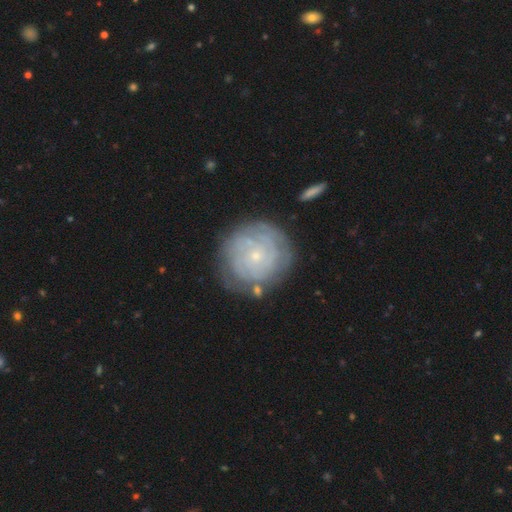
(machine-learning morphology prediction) Smooth or featured? Predicted: featured or disk (p=0.72). Edge-on disk? Predicted: no (p=0.97). Bar? Predicted: no (p=0.84). Spiral arms? Predicted: yes (p=0.87). Spiral winding? Predicted: tight (p=0.83). Spiral arm count? Predicted: can't tell (p=0.49). Bulge size? Predicted: small (p=0.82). Merging? Predicted: none (p=0.78).